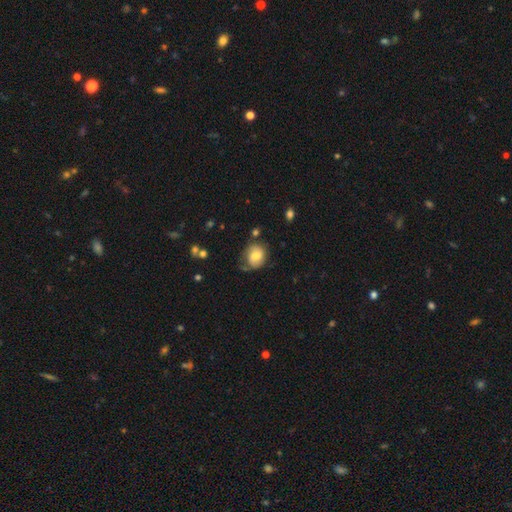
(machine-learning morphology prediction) Smooth or featured: smooth — 69% (featured or disk — 23%)
How rounded: round — 57% (in between — 42%)
Merging: none — 54% (minor disturbance — 29%)